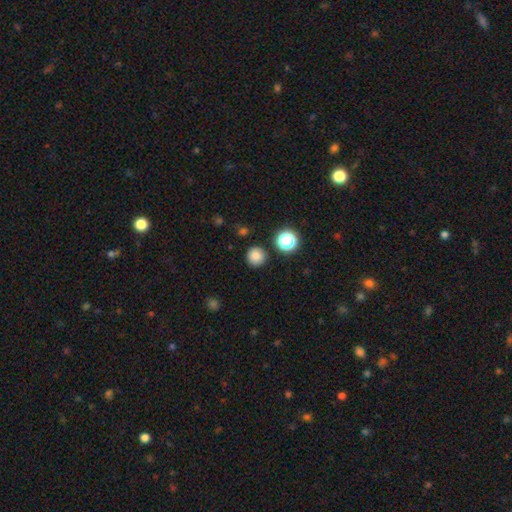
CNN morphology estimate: smooth-or-featured: smooth: 82% | star or artifact: 13% | featured or disk: 5%
  how-rounded: round: 95% | in between: 4% | cigar-shaped: 1%
  merging: none: 88% | minor disturbance: 7% | merger: 3% | major disturbance: 2%